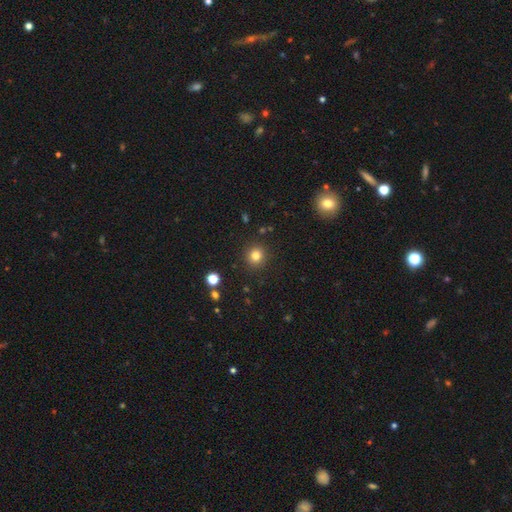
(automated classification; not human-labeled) This appears to be a smooth galaxy with no disk features (81%) that is round (91%). Merging: none (90%).